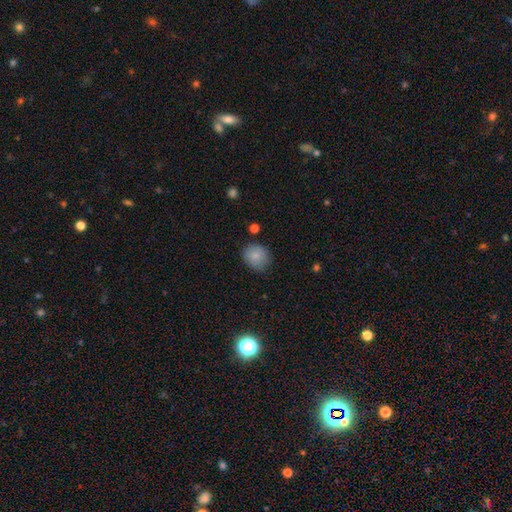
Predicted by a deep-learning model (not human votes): A smooth galaxy with no disk features (83%) that is round (72%). Merging: none (76%).